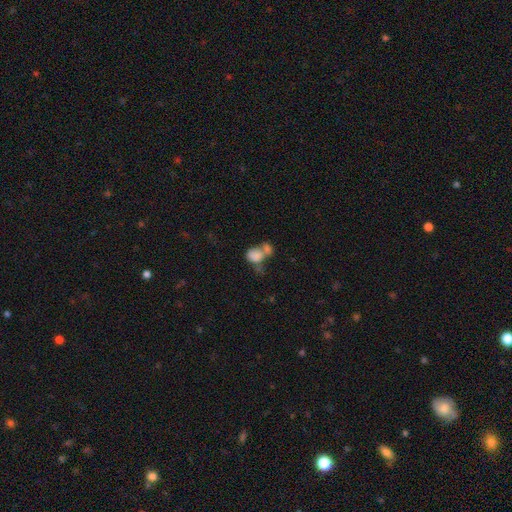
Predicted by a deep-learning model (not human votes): This is likely a smooth galaxy (77%). How rounded: possibly in between (59%). Merging: likely merger (62%).